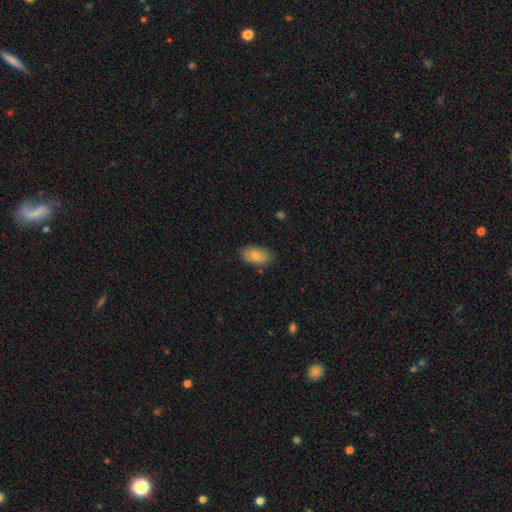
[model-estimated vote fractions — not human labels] smooth-or-featured: smooth: 81% | featured or disk: 12% | star or artifact: 7%
  how-rounded: in between: 92% | round: 6% | cigar-shaped: 2%
  merging: none: 80% | minor disturbance: 15% | major disturbance: 3% | merger: 2%